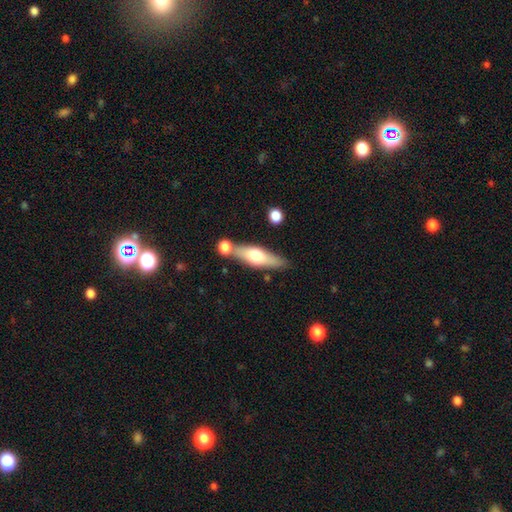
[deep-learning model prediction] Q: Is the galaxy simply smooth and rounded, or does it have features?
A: smooth — 49%.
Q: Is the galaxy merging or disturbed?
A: none — 68%.